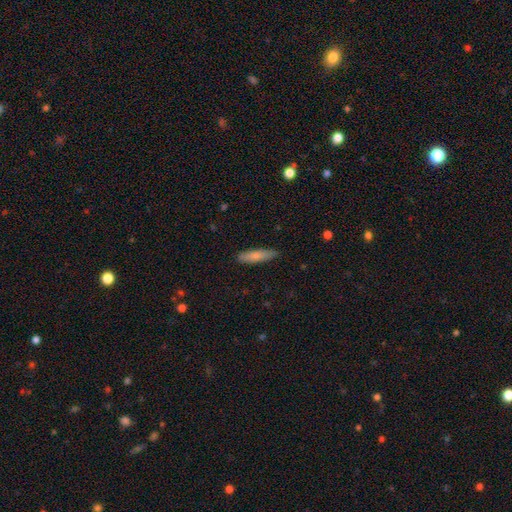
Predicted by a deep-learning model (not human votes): Smooth or featured: smooth — 81% (featured or disk — 14%)
How rounded: cigar-shaped — 75% (in between — 23%)
Merging: none — 86% (minor disturbance — 11%)